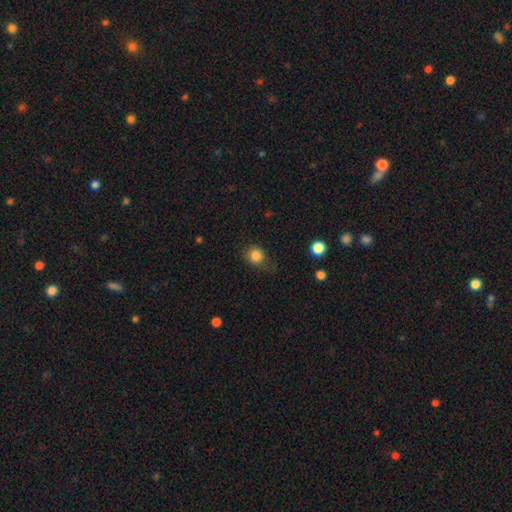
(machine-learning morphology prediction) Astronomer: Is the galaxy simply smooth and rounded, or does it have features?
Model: smooth — 84%.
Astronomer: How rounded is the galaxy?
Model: round — 83%.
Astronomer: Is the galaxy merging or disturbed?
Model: none — 72%.